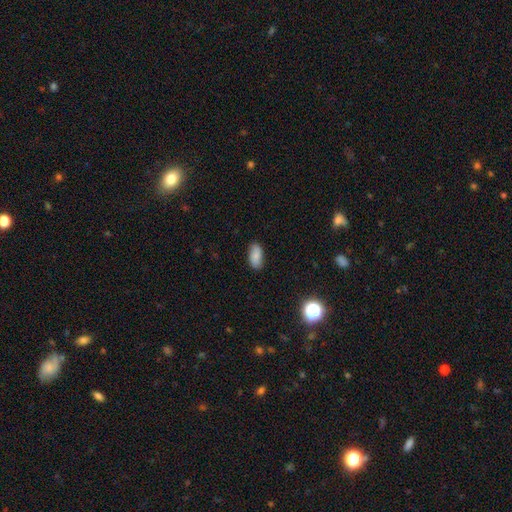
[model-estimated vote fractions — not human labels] Smooth or featured? Predicted: smooth (p=0.83). How rounded? Predicted: in between (p=0.92). Merging? Predicted: none (p=0.86).